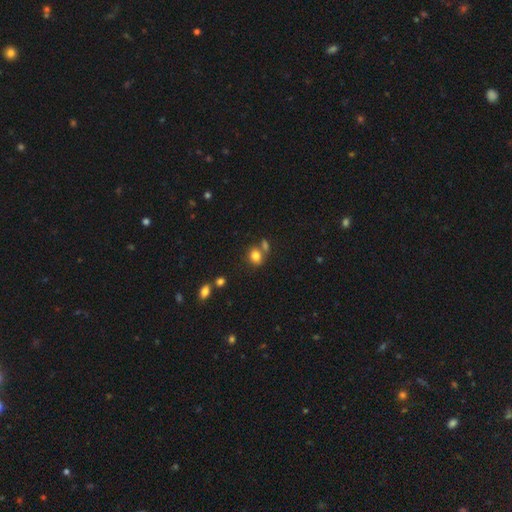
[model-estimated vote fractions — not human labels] Overall: smooth (80%). How rounded: in between (52%; round 47%). Merging: none (55%; merger 27%).